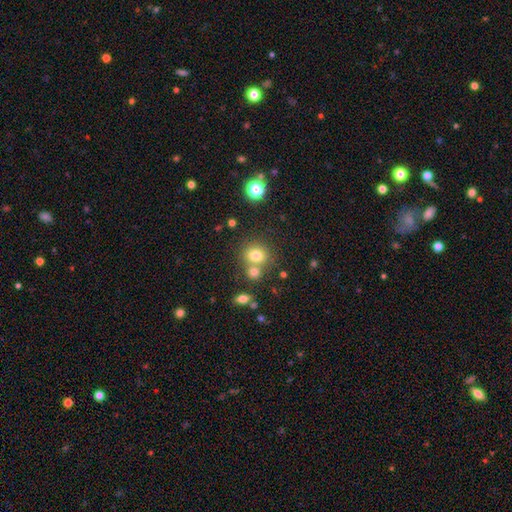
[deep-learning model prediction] Smooth or featured: smooth — 76% (star or artifact — 14%)
How rounded: round — 74% (in between — 25%)
Merging: none — 55% (merger — 32%)